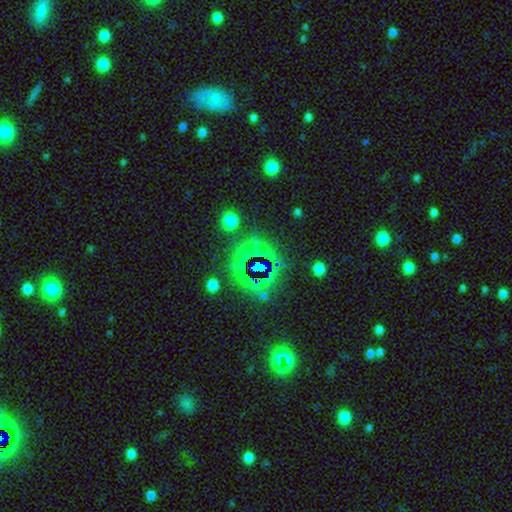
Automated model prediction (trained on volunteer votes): Overall: star or artifact (69%).